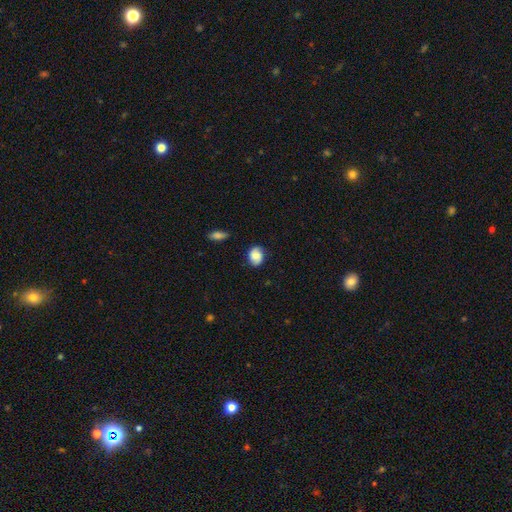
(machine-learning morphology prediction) Smooth or featured?
  - smooth: 63% *
  - featured or disk: 28%
  - star or artifact: 9%
How rounded?
  - in between: 51% *
  - round: 48%
  - cigar-shaped: 1%
Merging?
  - none: 77% *
  - minor disturbance: 17%
  - major disturbance: 4%
  - merger: 2%